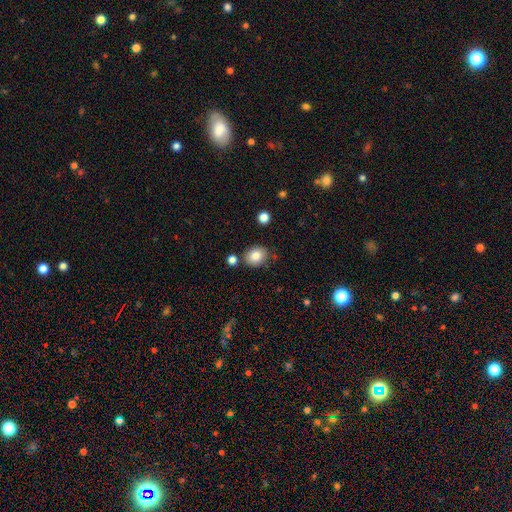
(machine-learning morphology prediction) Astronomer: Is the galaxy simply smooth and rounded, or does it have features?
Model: smooth — 83%.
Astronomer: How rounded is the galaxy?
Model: round — 57% (runner-up: in between, 42%).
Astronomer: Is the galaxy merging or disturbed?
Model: none — 78%.